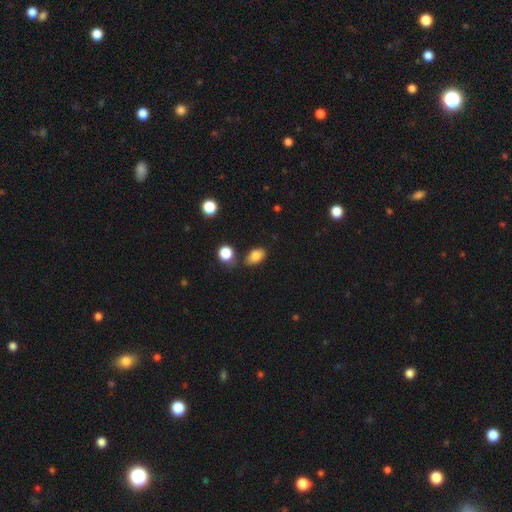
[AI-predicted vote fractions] This appears to be a smooth galaxy with no disk features (84%) that is in between round and cigar-shaped (87%). Merging: none (72%).